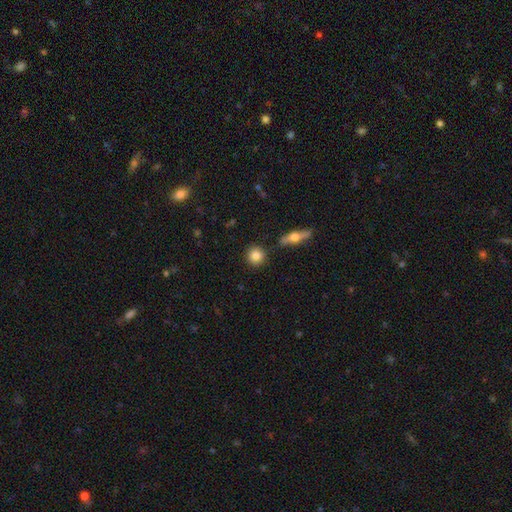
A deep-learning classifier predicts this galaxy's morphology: smooth-or-featured: smooth: 83% | featured or disk: 9% | star or artifact: 8%
  how-rounded: round: 91% | in between: 8% | cigar-shaped: 2%
  merging: none: 87% | minor disturbance: 7% | merger: 4% | major disturbance: 2%